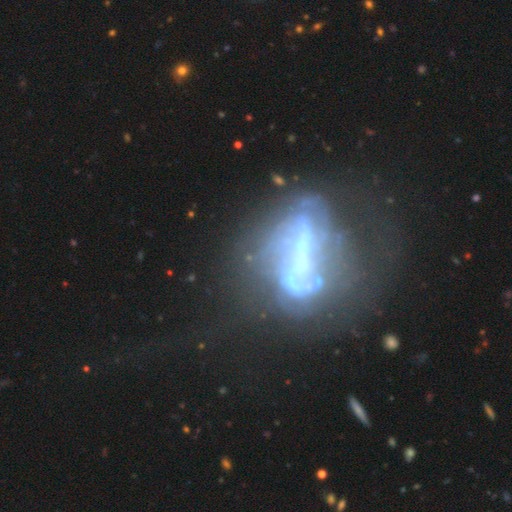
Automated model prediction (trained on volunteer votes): Smooth or featured: featured or disk — 75% (star or artifact — 13%)
Edge-on disk: no — 87% (yes — 13%)
Bar: strong — 53% (no — 26%)
Spiral arms: yes — 54% (no — 46%)
Bulge size: small — 37% (none — 33%)
Merging: major disturbance — 36% (none — 35%)